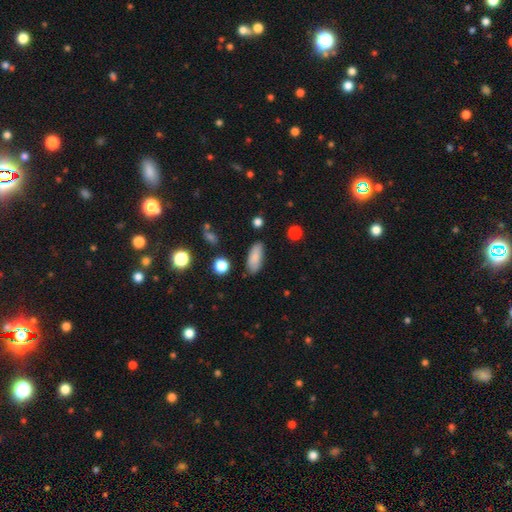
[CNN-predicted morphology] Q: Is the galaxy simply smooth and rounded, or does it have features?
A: smooth — 85%.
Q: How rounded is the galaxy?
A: in between — 76%.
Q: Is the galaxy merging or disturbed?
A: none — 83%.